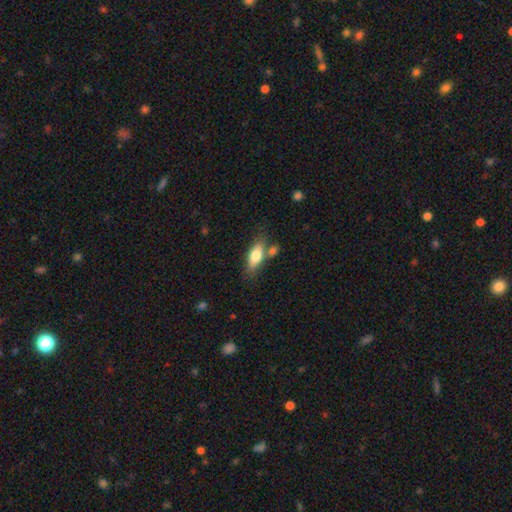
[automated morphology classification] A smooth galaxy with no disk features (68%) that is in between round and cigar-shaped (71%). Merging: none (62%).